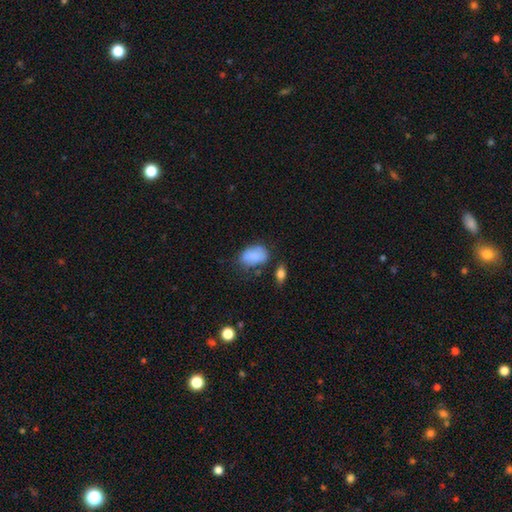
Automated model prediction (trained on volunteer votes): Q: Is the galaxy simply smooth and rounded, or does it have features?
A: smooth — 82%.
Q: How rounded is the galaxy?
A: in between — 86%.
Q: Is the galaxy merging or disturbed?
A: none — 52%.